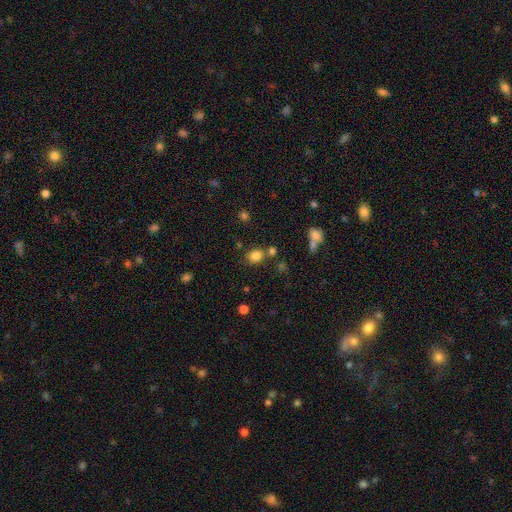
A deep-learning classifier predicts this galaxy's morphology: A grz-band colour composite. It shows a smooth galaxy with no disk features (82%) that is round (55%). Merging: none (72%).